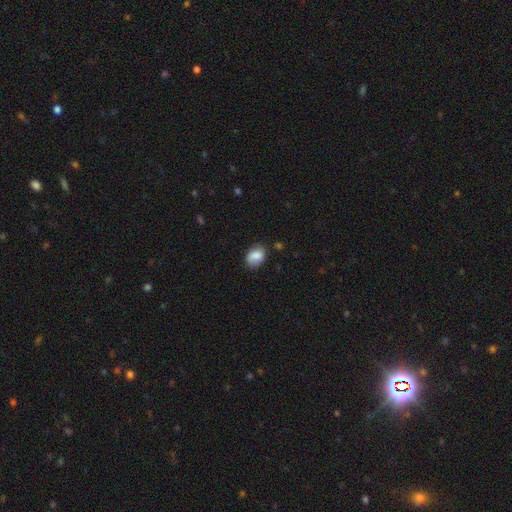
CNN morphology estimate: Q: Smooth or featured?
A: smooth (84%); runner-up: featured or disk (8%)
Q: How rounded?
A: in between (72%); runner-up: round (27%)
Q: Merging?
A: none (72%); runner-up: minor disturbance (21%)